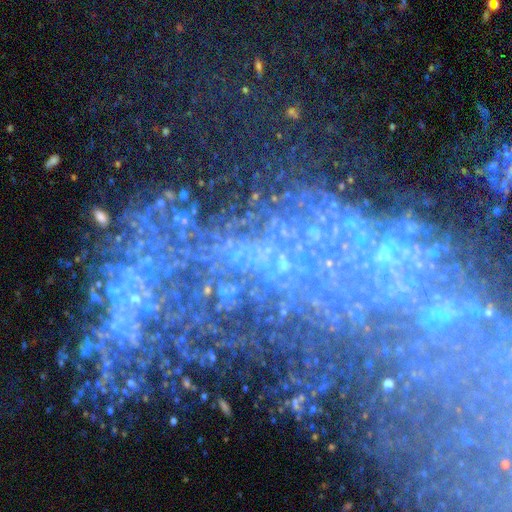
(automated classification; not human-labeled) A star or artifact, not a galaxy (53%).

Vote fractions:
- Smooth or featured? star or artifact: 53% / featured or disk: 33% / smooth: 14%